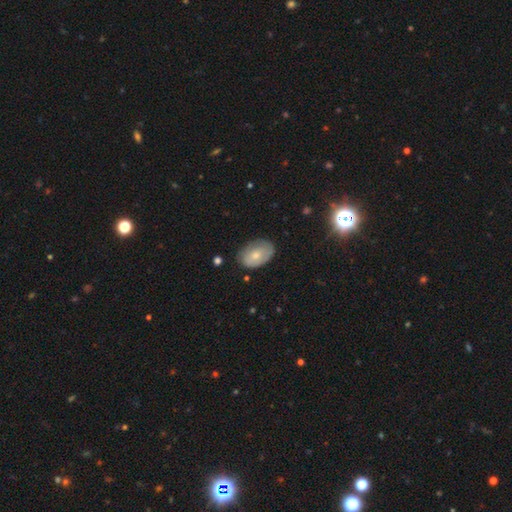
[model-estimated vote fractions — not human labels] smooth-or-featured: smooth: 67% | featured or disk: 27% | star or artifact: 7%
  how-rounded: in between: 85% | round: 14% | cigar-shaped: 1%
  merging: none: 71% | minor disturbance: 22% | major disturbance: 5% | merger: 2%